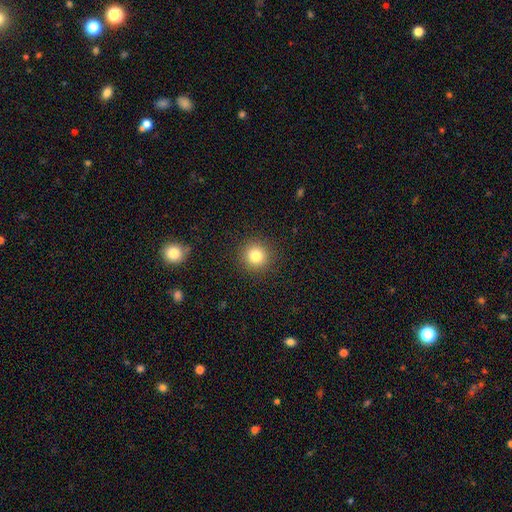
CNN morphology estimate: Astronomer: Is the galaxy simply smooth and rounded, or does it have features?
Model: smooth — 81%.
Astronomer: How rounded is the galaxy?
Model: round — 94%.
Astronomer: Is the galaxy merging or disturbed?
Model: none — 91%.